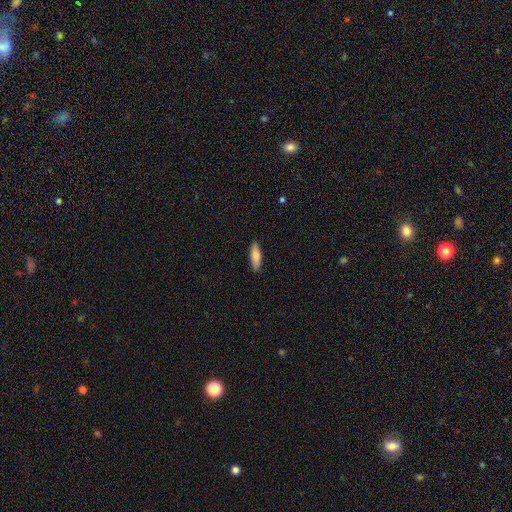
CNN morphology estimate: This appears to be a smooth galaxy with no disk features (79%) that is cigar-shaped (60%). Merging: none (87%).